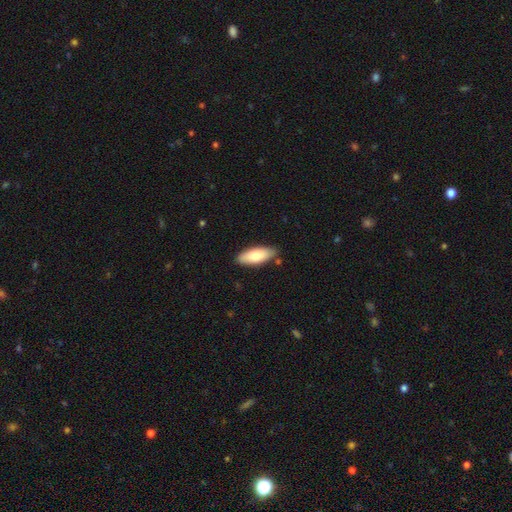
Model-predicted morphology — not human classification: A smooth galaxy with no disk features (78%) that is in between round and cigar-shaped (77%).

Vote fractions:
- Smooth or featured? smooth: 78% / featured or disk: 16% / star or artifact: 6%
- How rounded? in between: 77% / cigar-shaped: 22% / round: 2%
- Merging? none: 84% / minor disturbance: 12% / merger: 2% / major disturbance: 2%